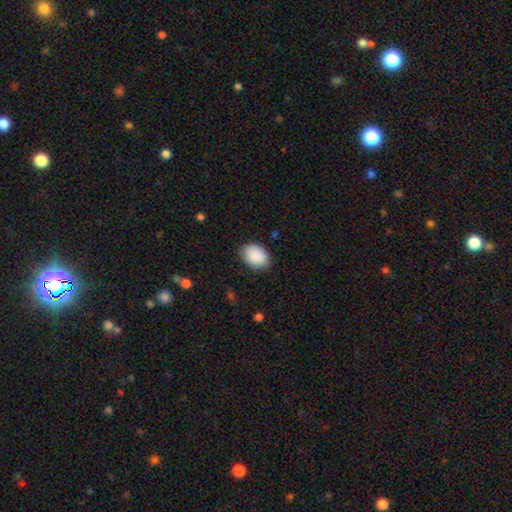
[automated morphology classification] Smooth or featured? smooth (90%)
How rounded? in between (77%)
Merging? none (84%)